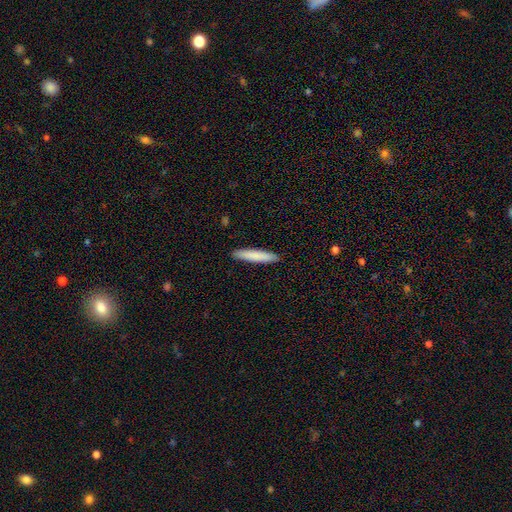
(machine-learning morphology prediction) Smooth or featured? smooth (83%)
How rounded? cigar-shaped (93%)
Merging? none (92%)